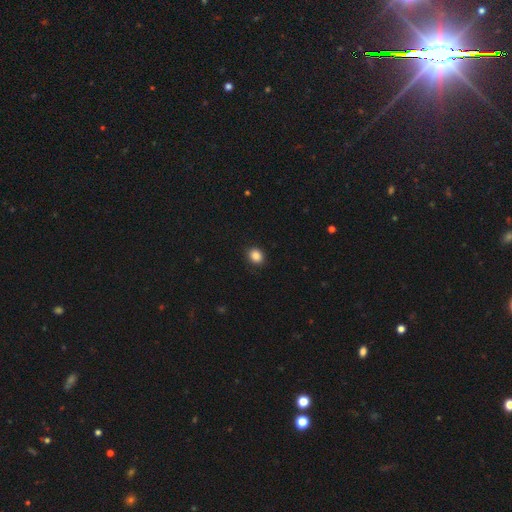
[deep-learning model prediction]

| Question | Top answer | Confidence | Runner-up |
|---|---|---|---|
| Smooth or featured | smooth | 86% | star or artifact (10%) |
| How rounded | round | 59% | in between (40%) |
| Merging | none | 90% | minor disturbance (8%) |